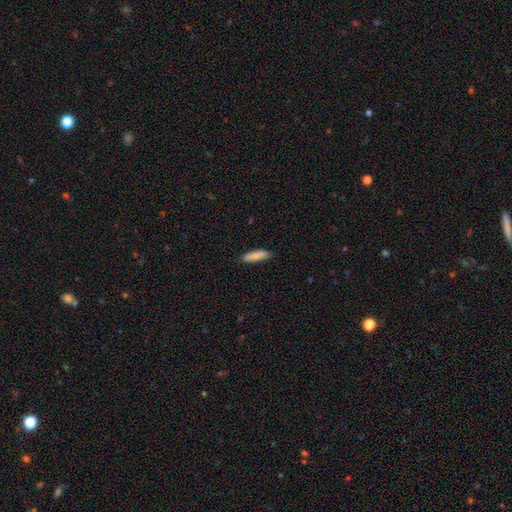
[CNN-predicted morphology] Smooth or featured: smooth — 88% (featured or disk — 6%)
How rounded: cigar-shaped — 64% (in between — 34%)
Merging: none — 88% (minor disturbance — 9%)